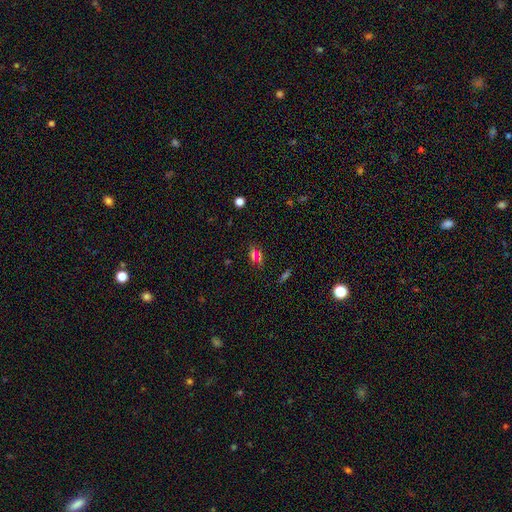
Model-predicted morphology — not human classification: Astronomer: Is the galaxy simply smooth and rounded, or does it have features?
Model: smooth — 49% (runner-up: star or artifact, 37%).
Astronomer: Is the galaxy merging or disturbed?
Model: none — 71%.